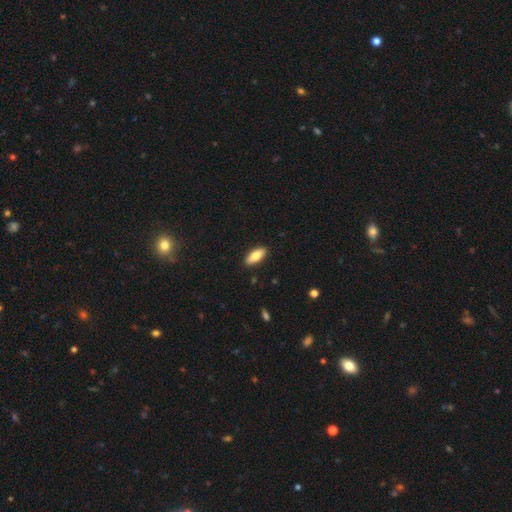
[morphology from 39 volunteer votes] Smooth or featured?
  - smooth: 79% *
  - featured or disk: 13%
  - star or artifact: 8%
How rounded?
  - in between: 87% *
  - cigar-shaped: 10%
  - round: 3%
Merging?
  - none: 86% *
  - minor disturbance: 8%
  - merger: 6%
  - major disturbance: 0%